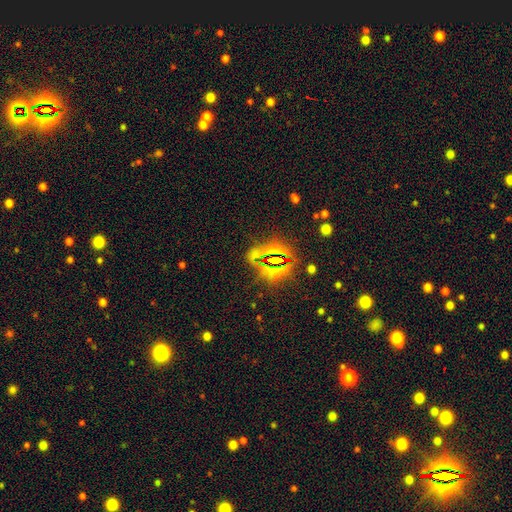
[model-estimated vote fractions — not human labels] Q: Smooth or featured?
A: star or artifact (72%); runner-up: smooth (20%)